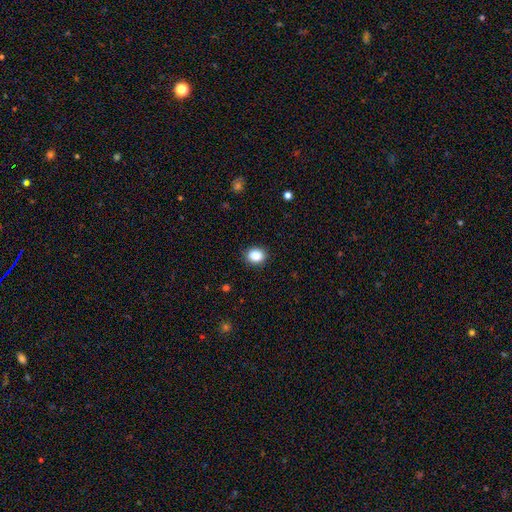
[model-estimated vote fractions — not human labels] Smooth or featured? smooth (89%)
How rounded? round (60%)
Merging? none (88%)